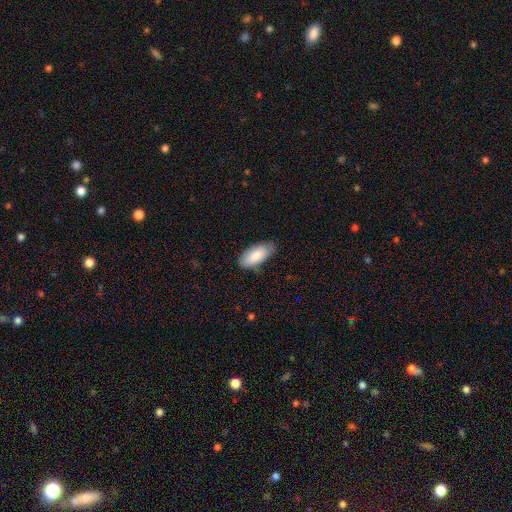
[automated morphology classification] Smooth or featured? Predicted: smooth (p=0.86). How rounded? Predicted: in between (p=0.90). Merging? Predicted: none (p=0.73).